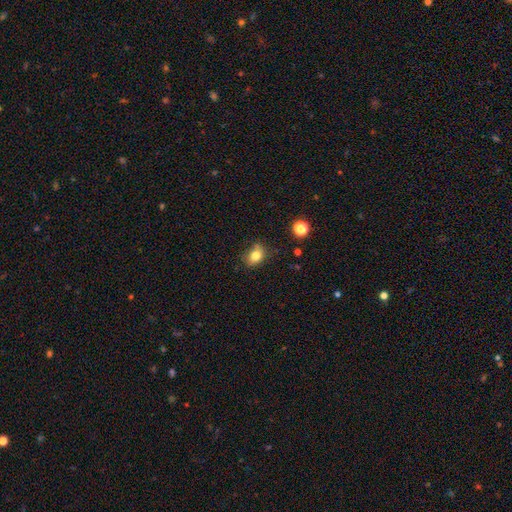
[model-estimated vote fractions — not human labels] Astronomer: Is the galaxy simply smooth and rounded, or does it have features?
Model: smooth — 80%.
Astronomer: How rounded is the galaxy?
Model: in between — 63%.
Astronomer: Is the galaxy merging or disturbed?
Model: none — 65%.